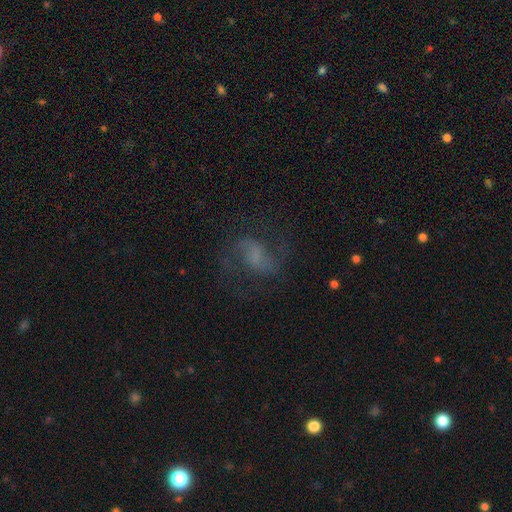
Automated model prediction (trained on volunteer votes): smooth-or-featured: featured or disk: 70% | smooth: 17% | star or artifact: 13%
  disk-edge-on: no: 97% | yes: 3%
    bar: weak: 46% | no: 35% | strong: 19%
    has-spiral-arms: yes: 91% | no: 9%
      spiral-winding: loose: 47% | medium: 44% | tight: 9%
      spiral-arm-count: 2: 89% | can't tell: 5% | 1: 2% | 3: 1% | 4: 1% | more than 4: 1%
    bulge-size: none: 48% | small: 27% | moderate: 16% | large: 7% | dominant: 2%
  merging: none: 67% | major disturbance: 16% | minor disturbance: 15% | merger: 2%